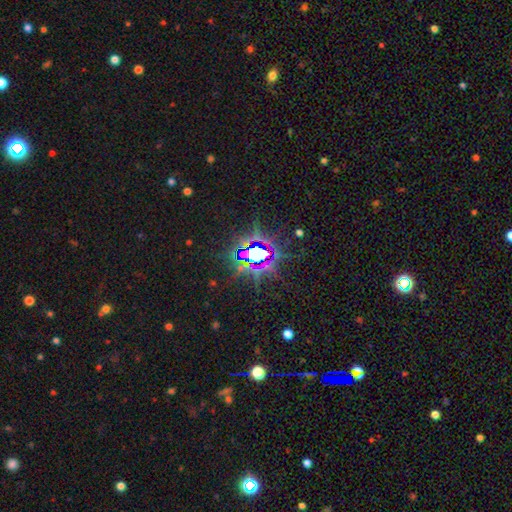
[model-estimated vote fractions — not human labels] smooth-or-featured: star or artifact: 79% | featured or disk: 11% | smooth: 10%